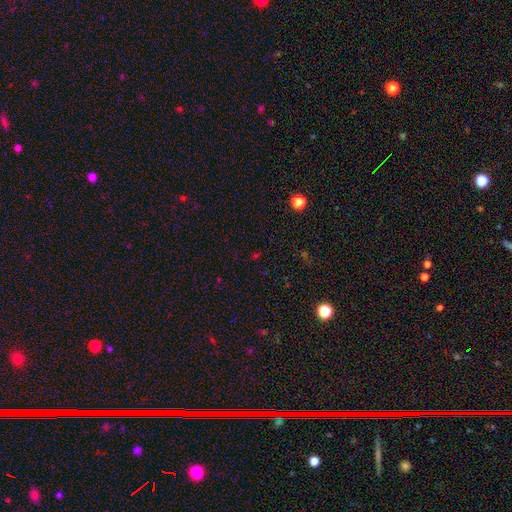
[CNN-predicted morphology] A star or artifact, not a galaxy (62%).

Vote fractions:
- Smooth or featured? star or artifact: 62% / smooth: 29% / featured or disk: 9%